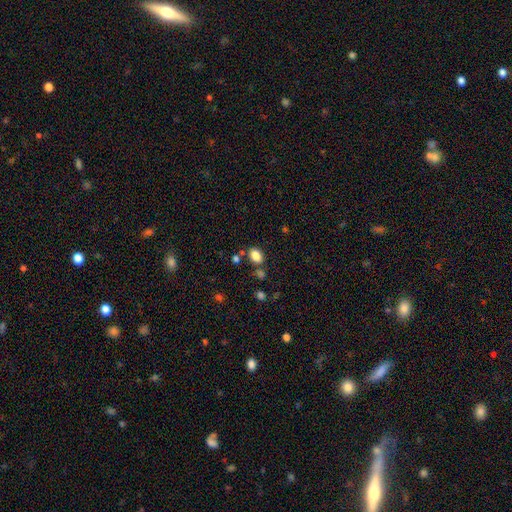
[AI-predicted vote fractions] smooth-or-featured: smooth: 85% | star or artifact: 10% | featured or disk: 5%
  how-rounded: in between: 81% | round: 17% | cigar-shaped: 1%
  merging: none: 73% | minor disturbance: 12% | merger: 10% | major disturbance: 4%